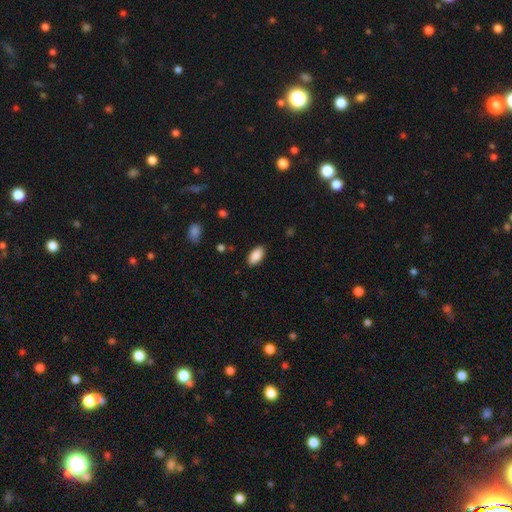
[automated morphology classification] Smooth or featured?
  - smooth: 88% *
  - star or artifact: 7%
  - featured or disk: 5%
How rounded?
  - in between: 93% *
  - cigar-shaped: 4%
  - round: 3%
Merging?
  - none: 87% *
  - minor disturbance: 10%
  - major disturbance: 2%
  - merger: 1%